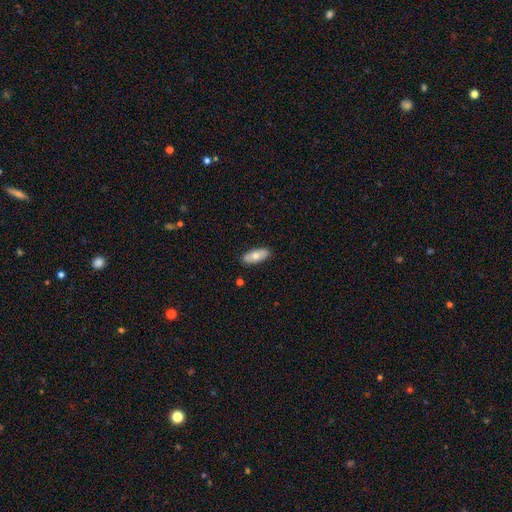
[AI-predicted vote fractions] Q: Smooth or featured?
A: smooth (66%); runner-up: featured or disk (28%)
Q: How rounded?
A: in between (84%); runner-up: cigar-shaped (13%)
Q: Merging?
A: none (87%); runner-up: minor disturbance (9%)